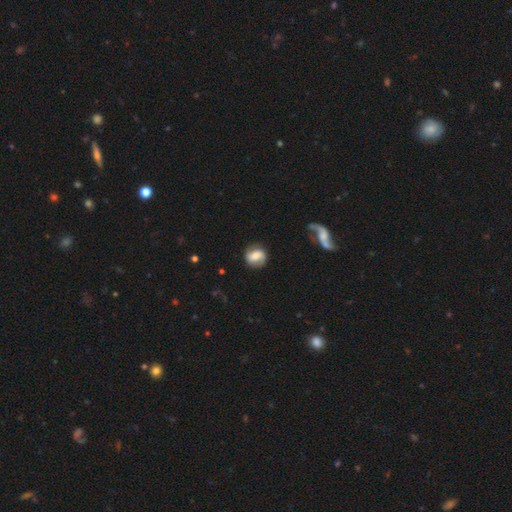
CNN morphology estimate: smooth_or_featured: featured or disk (p=0.60) [alt: smooth p=0.33]
disk_edge_on: no (p=0.97) [alt: yes p=0.03]
bar: weak (p=0.43) [alt: no p=0.32]
has_spiral_arms: yes (p=0.87) [alt: no p=0.13]
spiral_winding: medium (p=0.40) [alt: loose p=0.36]
spiral_arm_count: 2 (p=0.88) [alt: can't tell p=0.06]
bulge_size: moderate (p=0.58) [alt: small p=0.27]
merging: none (p=0.82) [alt: minor disturbance p=0.12]